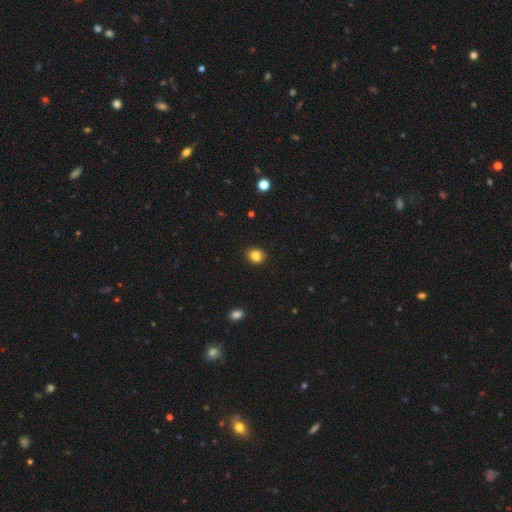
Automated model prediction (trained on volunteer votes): Smooth or featured?
  - smooth: 84% *
  - star or artifact: 11%
  - featured or disk: 5%
How rounded?
  - round: 70% *
  - in between: 29%
  - cigar-shaped: 1%
Merging?
  - none: 91% *
  - minor disturbance: 6%
  - major disturbance: 2%
  - merger: 1%